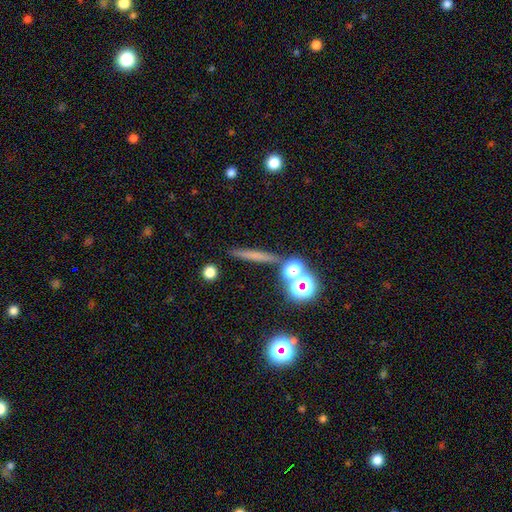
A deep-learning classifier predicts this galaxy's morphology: Q: Smooth or featured?
A: smooth (54%); runner-up: featured or disk (28%)
Q: How rounded?
A: cigar-shaped (81%); runner-up: round (13%)
Q: Merging?
A: none (84%); runner-up: minor disturbance (8%)